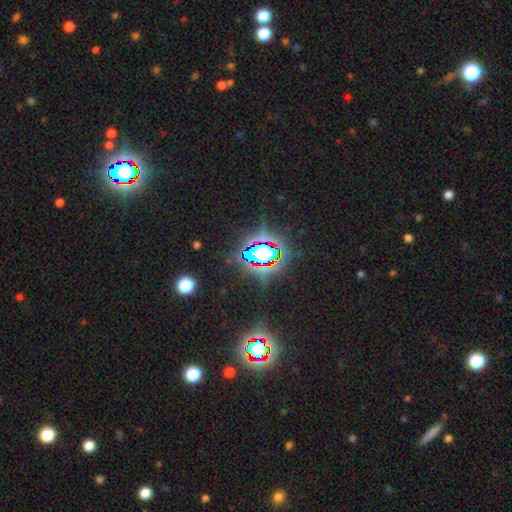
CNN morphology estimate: Smooth or featured?
  - star or artifact: 83% *
  - smooth: 10%
  - featured or disk: 7%